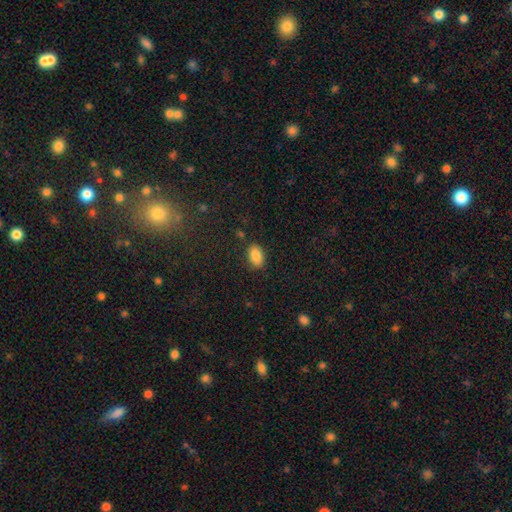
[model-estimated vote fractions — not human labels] A smooth galaxy with no disk features (86%) that is in between round and cigar-shaped (89%). Merging: none (85%).